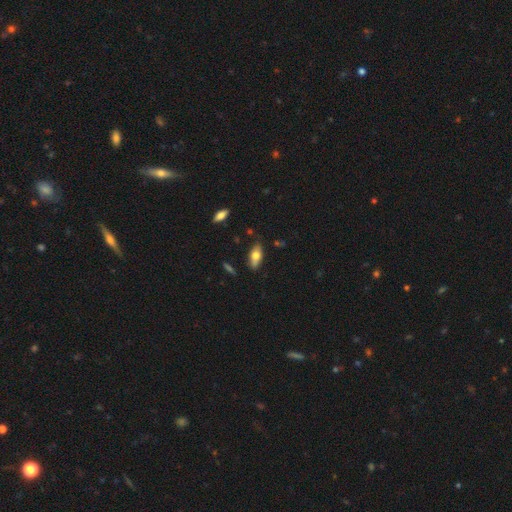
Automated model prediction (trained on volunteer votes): A smooth galaxy with no disk features (67%) that is in between round and cigar-shaped (80%). Merging: none (78%).